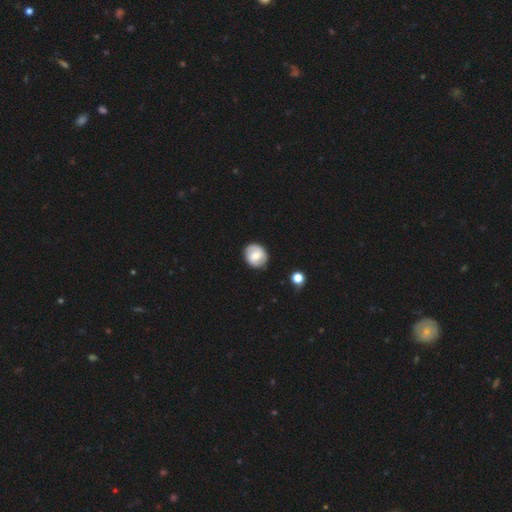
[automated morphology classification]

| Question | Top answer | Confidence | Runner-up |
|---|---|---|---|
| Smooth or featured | smooth | 52% | featured or disk (42%) |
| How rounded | round | 69% | in between (30%) |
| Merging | none | 84% | minor disturbance (12%) |